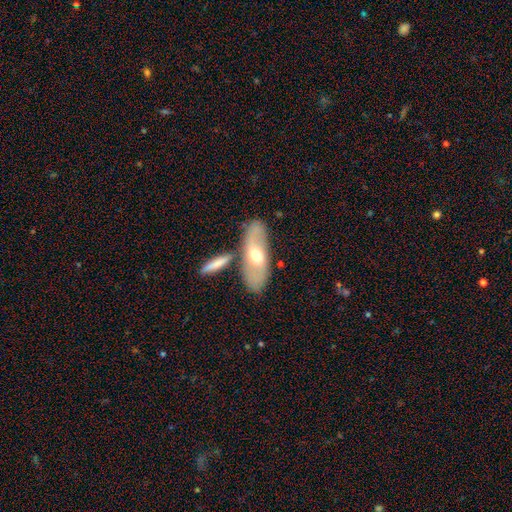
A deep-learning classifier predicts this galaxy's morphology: smooth_or_featured: featured or disk (p=0.53) [alt: smooth p=0.41]
disk_edge_on: no (p=0.77) [alt: yes p=0.23]
merging: none (p=0.67) [alt: merger p=0.16]